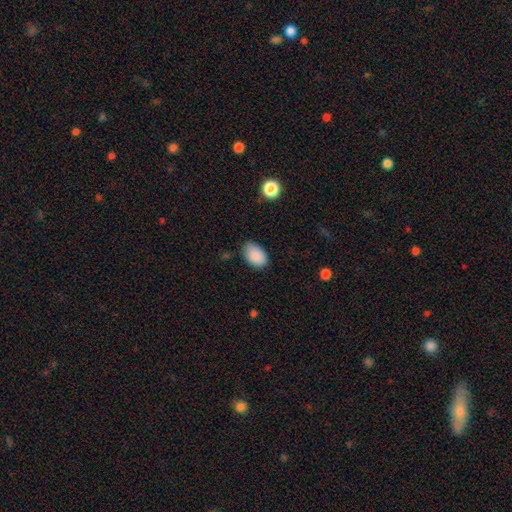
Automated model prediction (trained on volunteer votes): smooth 89%, star or artifact 8%, featured or disk 4%. Down the decision tree: how rounded — in between (90%); merging — none (77%).